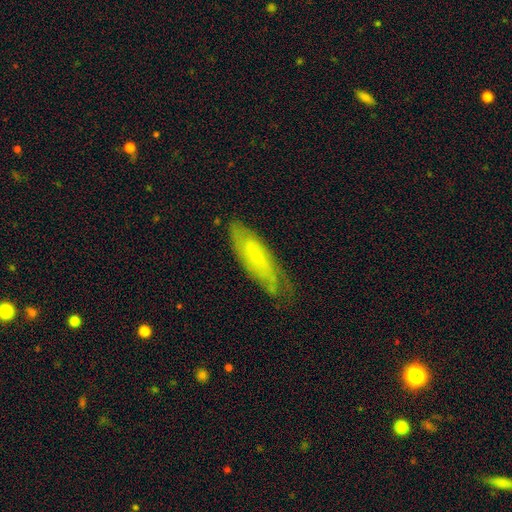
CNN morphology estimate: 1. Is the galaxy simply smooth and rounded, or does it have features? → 53% featured or disk, 40% smooth, 7% star or artifact.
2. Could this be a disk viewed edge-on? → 75% no, 25% yes.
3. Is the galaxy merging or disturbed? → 70% none, 23% minor disturbance, 6% major disturbance, 1% merger.